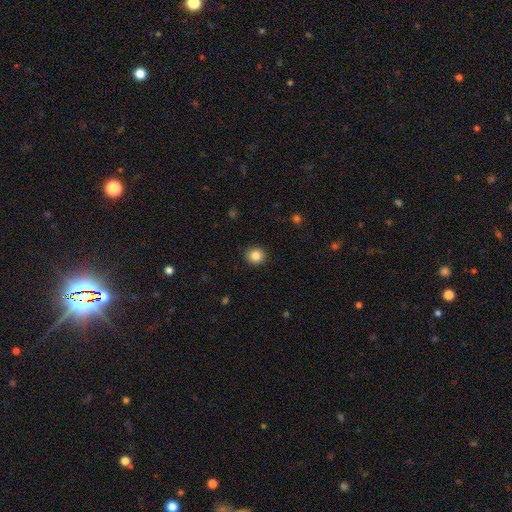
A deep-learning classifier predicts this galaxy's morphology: A smooth galaxy with no disk features (85%) that is round (87%).

Vote fractions:
- Smooth or featured? smooth: 85% / star or artifact: 10% / featured or disk: 5%
- How rounded? round: 87% / in between: 12% / cigar-shaped: 1%
- Merging? none: 91% / minor disturbance: 6% / major disturbance: 2% / merger: 1%